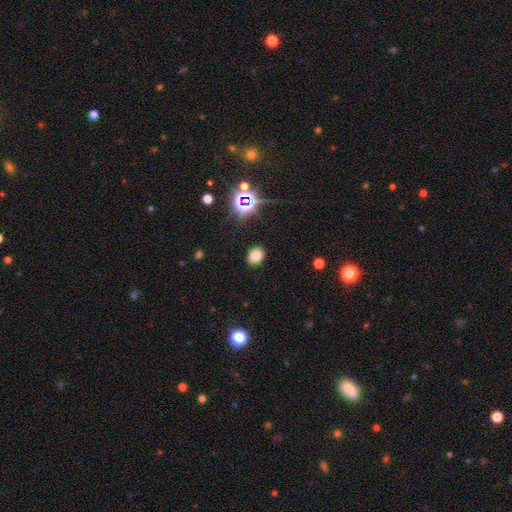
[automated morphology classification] type=smooth (76%); roundness=round (51%); merging=none (89%).